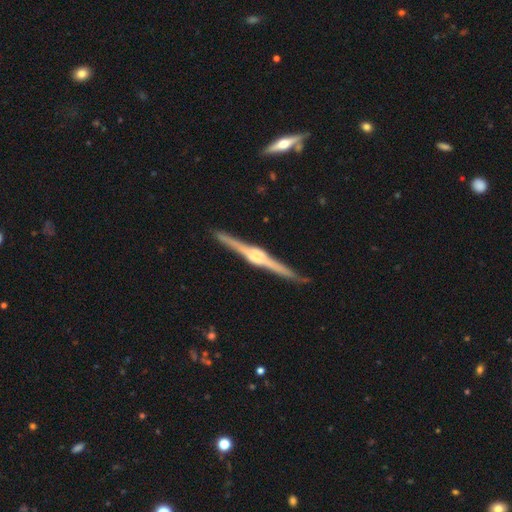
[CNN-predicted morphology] Smooth or featured?
  - featured or disk: 88% *
  - smooth: 7%
  - star or artifact: 5%
Edge-on disk?
  - yes: 99% *
  - no: 1%
Edge-on bulge?
  - rounded: 77% *
  - boxy: 19%
  - none: 4%
Merging?
  - none: 91% *
  - minor disturbance: 6%
  - major disturbance: 1%
  - merger: 1%